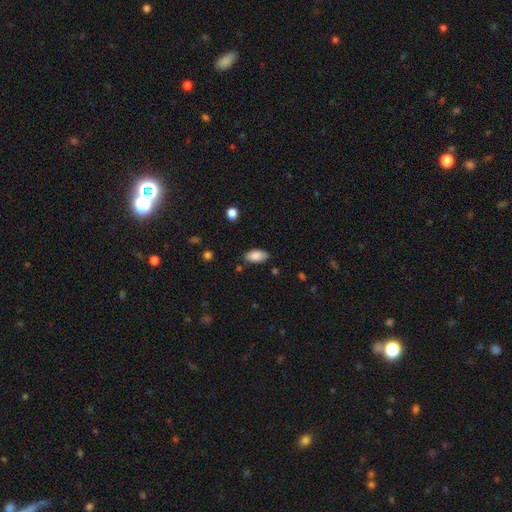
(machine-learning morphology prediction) Overall: smooth (86%). How rounded: in between (92%). Merging: none (82%).